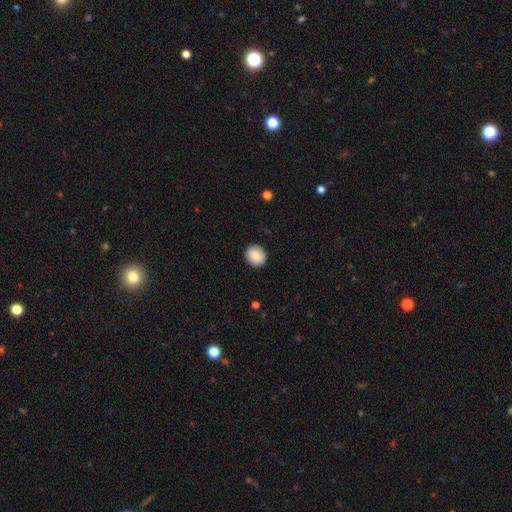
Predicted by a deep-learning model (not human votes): Q: Smooth or featured?
A: smooth (85%); runner-up: star or artifact (8%)
Q: How rounded?
A: round (80%); runner-up: in between (19%)
Q: Merging?
A: none (89%); runner-up: minor disturbance (8%)